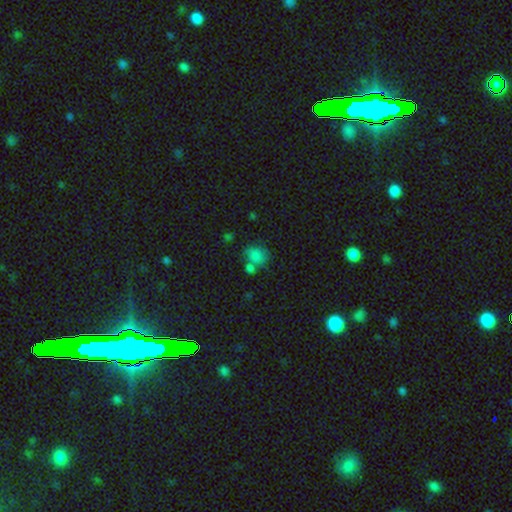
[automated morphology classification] Smooth or featured?
  - smooth: 80% *
  - star or artifact: 12%
  - featured or disk: 8%
How rounded?
  - round: 57% *
  - in between: 42%
  - cigar-shaped: 1%
Merging?
  - none: 49% *
  - merger: 28%
  - minor disturbance: 16%
  - major disturbance: 7%